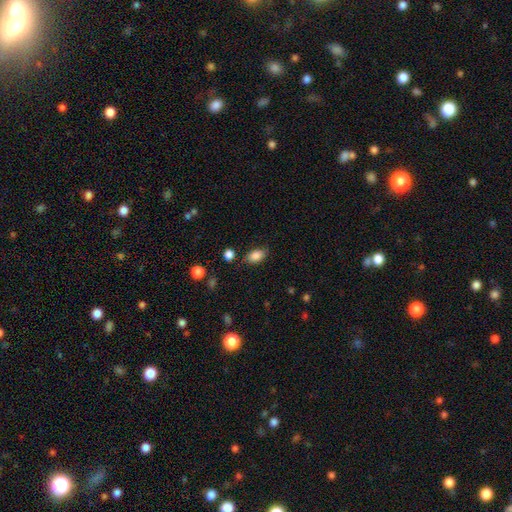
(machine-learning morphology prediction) Smooth or featured? Predicted: smooth (p=0.86). How rounded? Predicted: in between (p=0.88). Merging? Predicted: none (p=0.80).